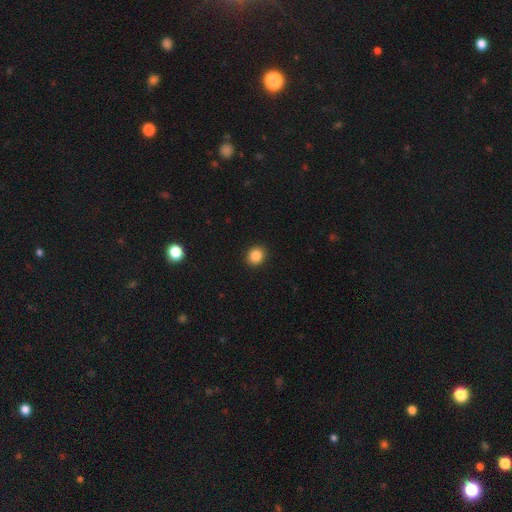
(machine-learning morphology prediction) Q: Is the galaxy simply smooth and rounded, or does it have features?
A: smooth — 85%.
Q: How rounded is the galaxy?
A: round — 75%.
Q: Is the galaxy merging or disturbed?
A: none — 92%.